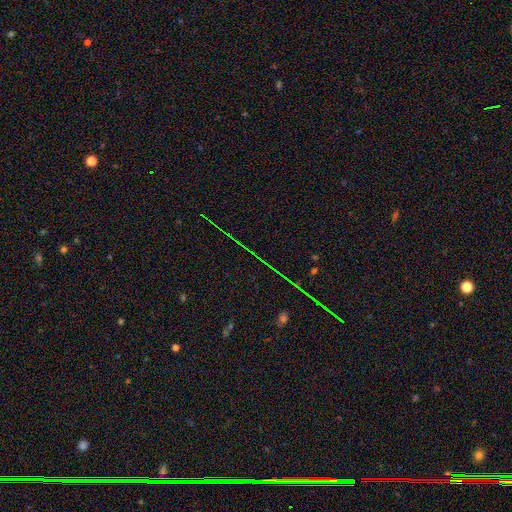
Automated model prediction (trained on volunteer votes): Morphology: type=star or artifact (81%).